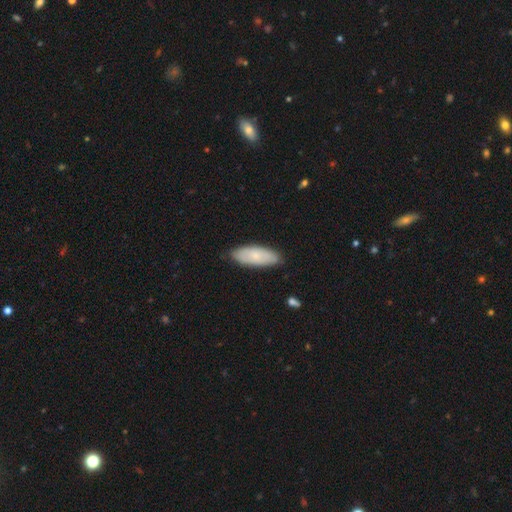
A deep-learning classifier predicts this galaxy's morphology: smooth_or_featured: smooth (p=0.70) [alt: featured or disk p=0.24]
how_rounded: in between (p=0.80) [alt: cigar-shaped p=0.18]
merging: none (p=0.82) [alt: minor disturbance p=0.14]